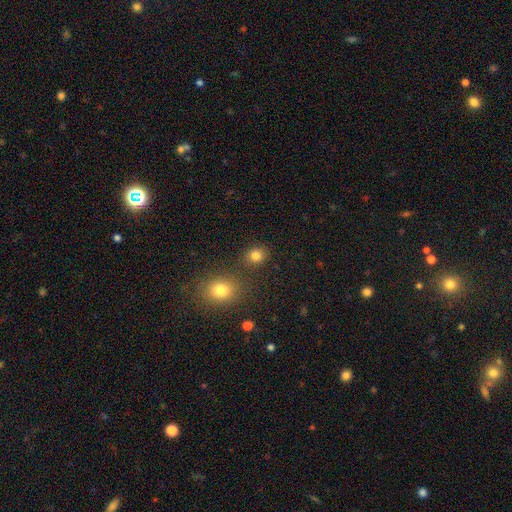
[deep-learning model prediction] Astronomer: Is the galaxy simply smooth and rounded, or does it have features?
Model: smooth — 81%.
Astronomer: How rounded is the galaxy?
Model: round — 73%.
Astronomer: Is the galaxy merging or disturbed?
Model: none — 79%.